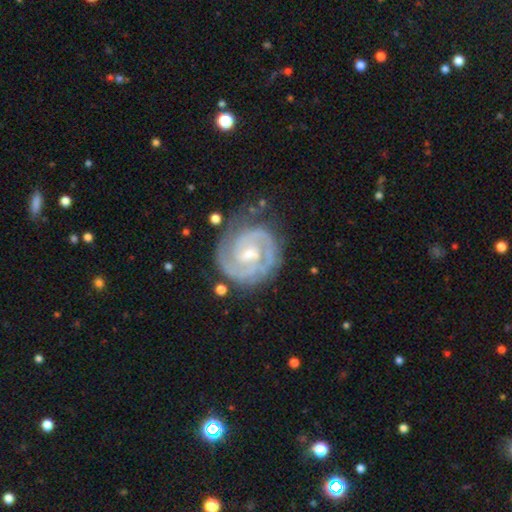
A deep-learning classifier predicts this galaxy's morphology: A featured or disk galaxy (91%) with a weak bar (46%), 2 (81%) tight (72%) spiral arms (98%) and a moderate central bulge (48%). Merging: none (76%).